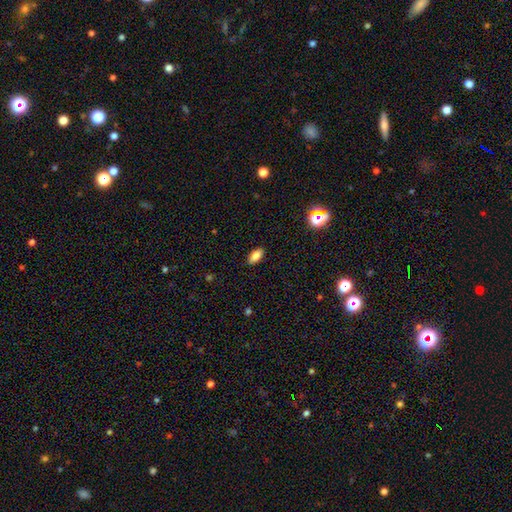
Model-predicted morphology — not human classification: A smooth galaxy with no disk features (82%) that is in between round and cigar-shaped (89%). Merging: none (89%).